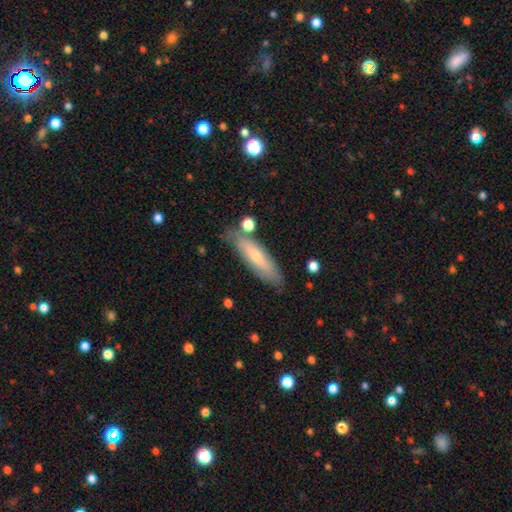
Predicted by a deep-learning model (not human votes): Smooth or featured? Predicted: smooth (p=0.55). How rounded? Predicted: cigar-shaped (p=0.65). Merging? Predicted: none (p=0.77).